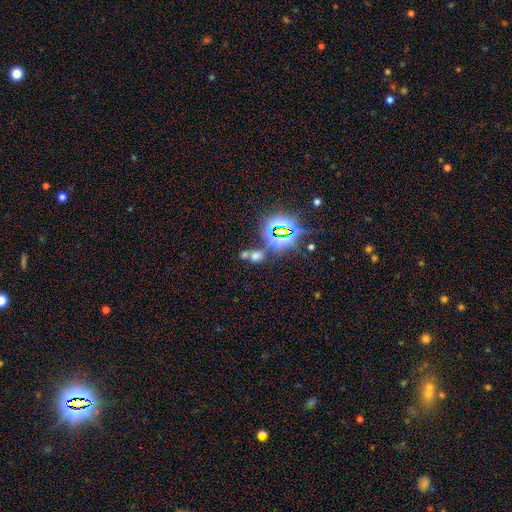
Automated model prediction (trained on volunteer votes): This is possibly a star or artifact rather than a galaxy (46%).